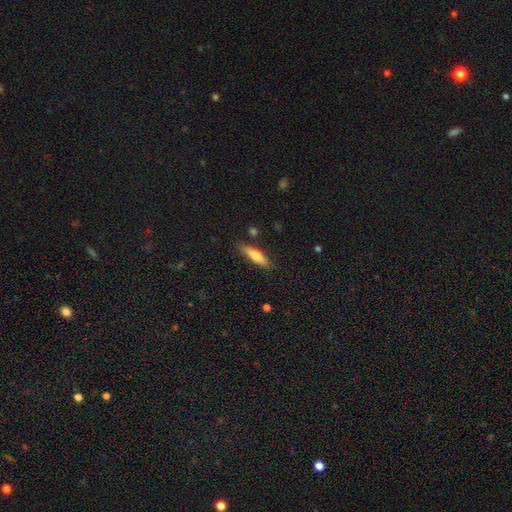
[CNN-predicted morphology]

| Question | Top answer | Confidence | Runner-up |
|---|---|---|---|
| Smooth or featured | smooth | 68% | featured or disk (26%) |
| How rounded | cigar-shaped | 71% | in between (27%) |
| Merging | none | 84% | minor disturbance (12%) |